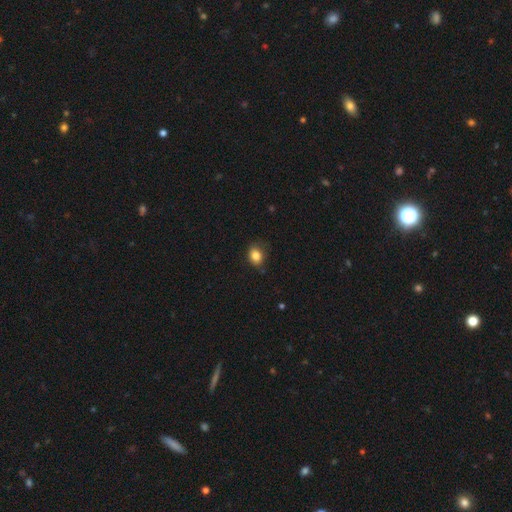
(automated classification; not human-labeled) The model was most divided on "how rounded": in between: 59%, round: 40%, cigar-shaped: 1%. More confident: smooth or featured — smooth (84%); merging — none (74%).